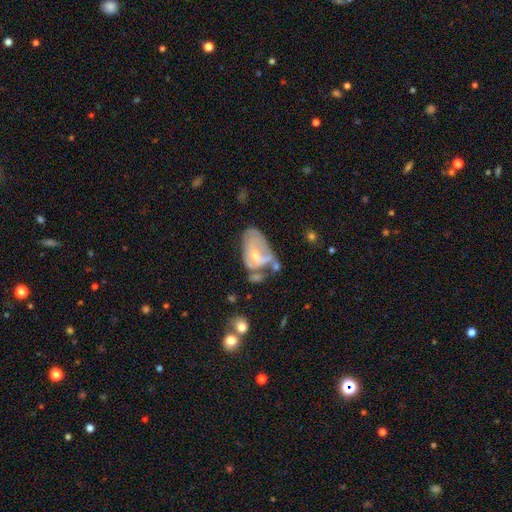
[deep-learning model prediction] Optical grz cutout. It shows a featured or disk galaxy (57%) with no bar (69%), no spiral arms (56%) and a moderate central bulge (49%). Merging: major disturbance (29%).